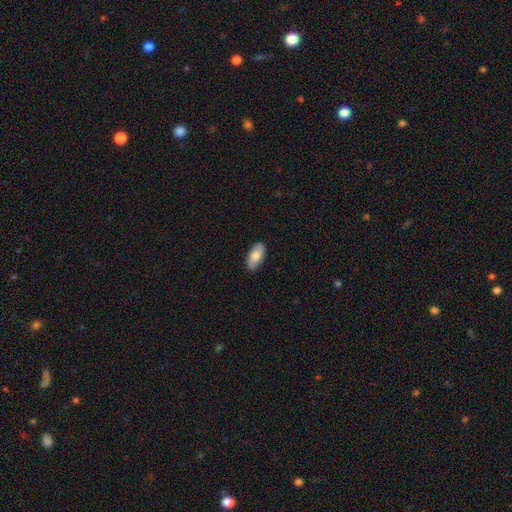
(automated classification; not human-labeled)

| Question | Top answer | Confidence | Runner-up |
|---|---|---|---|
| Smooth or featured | smooth | 76% | featured or disk (18%) |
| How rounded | in between | 91% | cigar-shaped (7%) |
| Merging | none | 86% | minor disturbance (11%) |